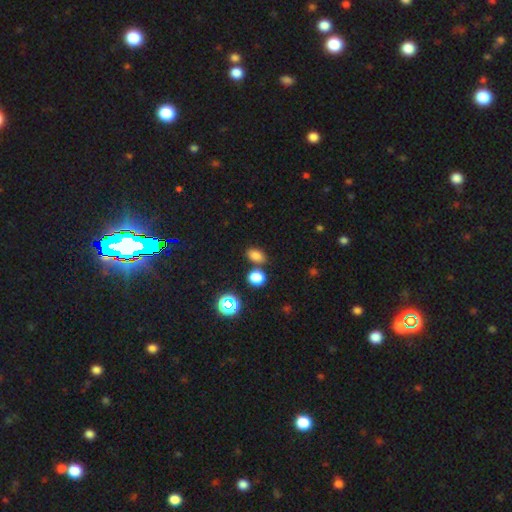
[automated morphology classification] A smooth galaxy with no disk features (77%) that is in between round and cigar-shaped (78%).

Vote fractions:
- Smooth or featured? smooth: 77% / star or artifact: 17% / featured or disk: 6%
- How rounded? in between: 78% / round: 21% / cigar-shaped: 2%
- Merging? none: 74% / merger: 12% / minor disturbance: 11% / major disturbance: 3%